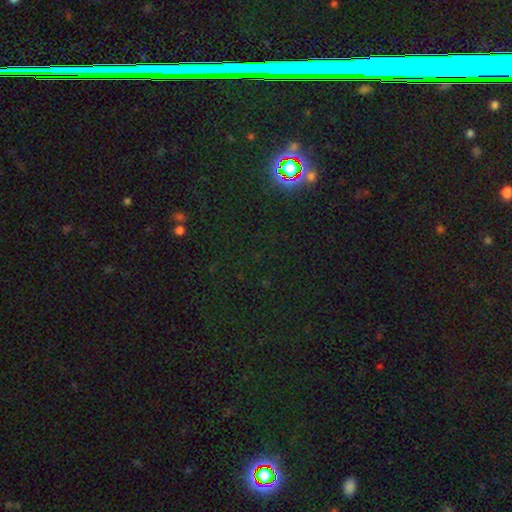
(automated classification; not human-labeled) This appears to be a star or artifact, not a galaxy (82%).